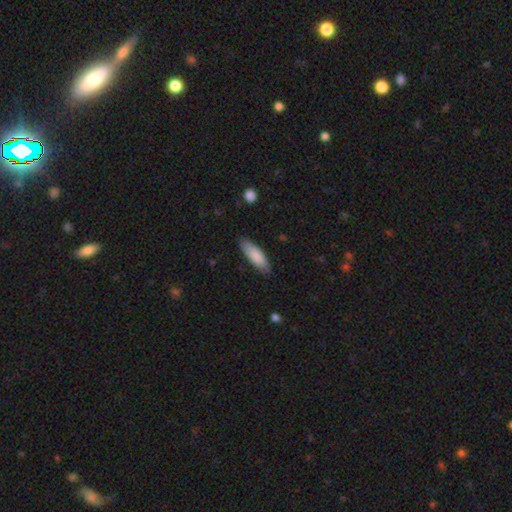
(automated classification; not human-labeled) Q: Smooth or featured?
A: smooth (85%); runner-up: featured or disk (10%)
Q: How rounded?
A: in between (57%); runner-up: cigar-shaped (41%)
Q: Merging?
A: none (84%); runner-up: minor disturbance (13%)